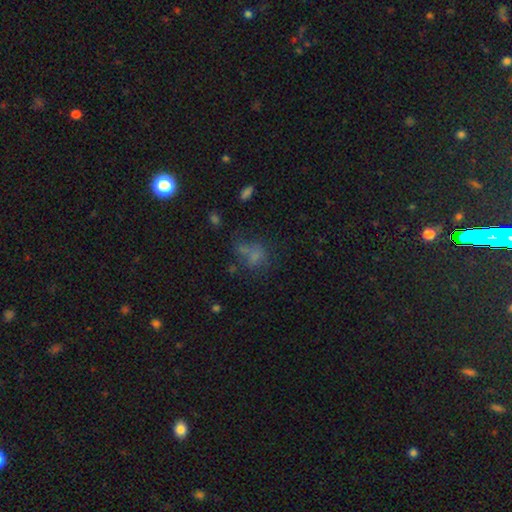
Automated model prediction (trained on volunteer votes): Smooth or featured? Predicted: smooth (p=0.61). How rounded? Predicted: in between (p=0.57). Merging? Predicted: none (p=0.37).